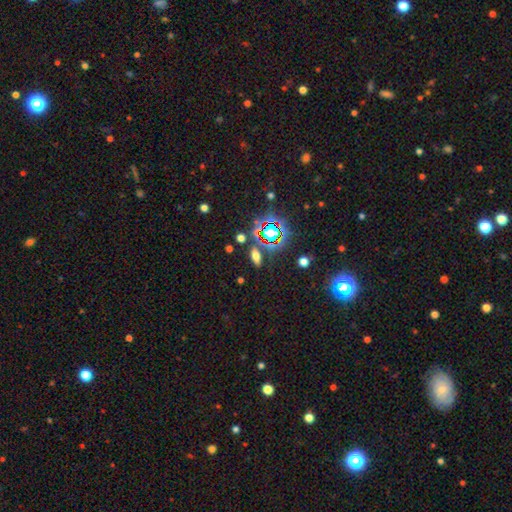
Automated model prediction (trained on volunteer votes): Morphology: type=smooth (54%); roundness=in between (69%); merging=none (81%).